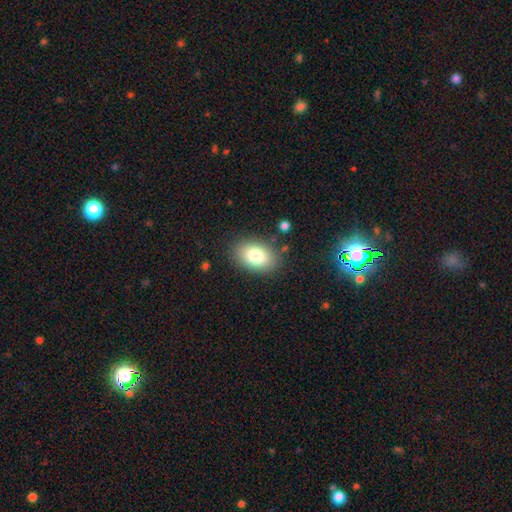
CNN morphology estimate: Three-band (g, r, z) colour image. It shows a smooth galaxy with no disk features (80%) that is in between round and cigar-shaped (86%). Merging: none (85%).